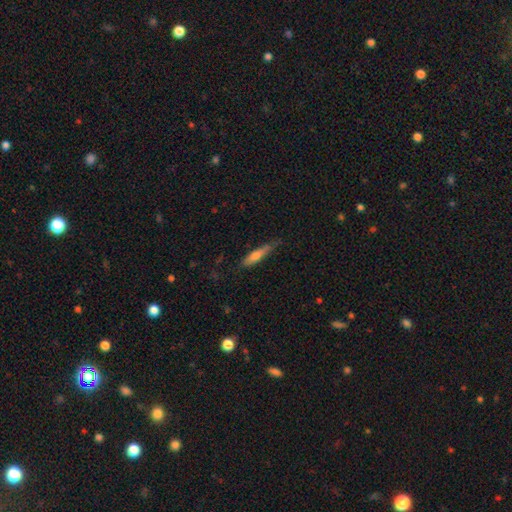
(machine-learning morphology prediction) Smooth or featured?
  - smooth: 57% *
  - featured or disk: 36%
  - star or artifact: 7%
How rounded?
  - cigar-shaped: 86% *
  - in between: 12%
  - round: 2%
Merging?
  - none: 73% *
  - minor disturbance: 21%
  - major disturbance: 4%
  - merger: 2%